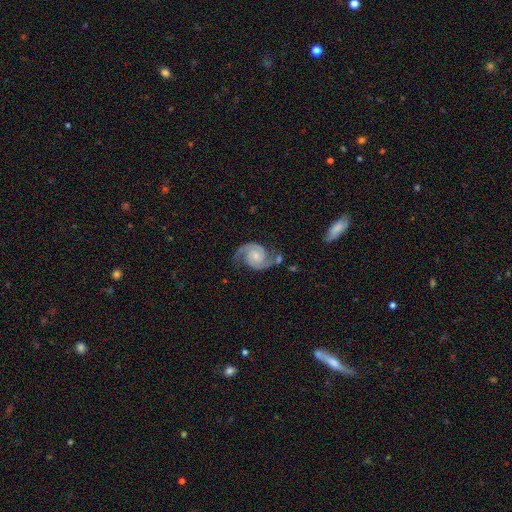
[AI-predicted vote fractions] Smooth or featured? Predicted: featured or disk (p=0.91). Edge-on disk? Predicted: no (p=0.98). Bar? Predicted: no (p=0.60). Spiral arms? Predicted: yes (p=0.98). Spiral winding? Predicted: medium (p=0.54). Spiral arm count? Predicted: 2 (p=0.93). Bulge size? Predicted: small (p=0.52). Merging? Predicted: none (p=0.69).